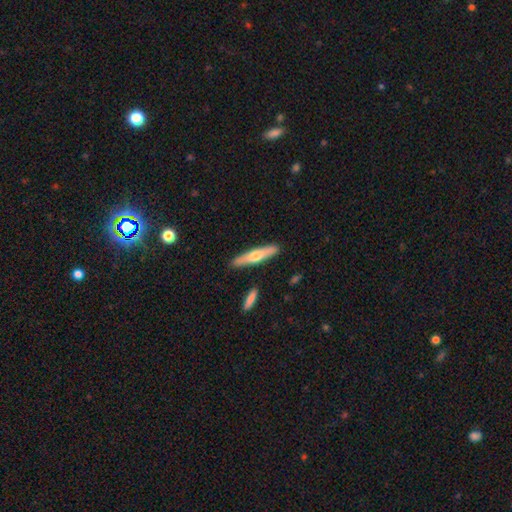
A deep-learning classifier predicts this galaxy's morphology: The model was most divided on "smooth or featured": smooth: 52%, featured or disk: 42%, star or artifact: 5%. More confident: merging — none (86%); how rounded — cigar-shaped (85%).